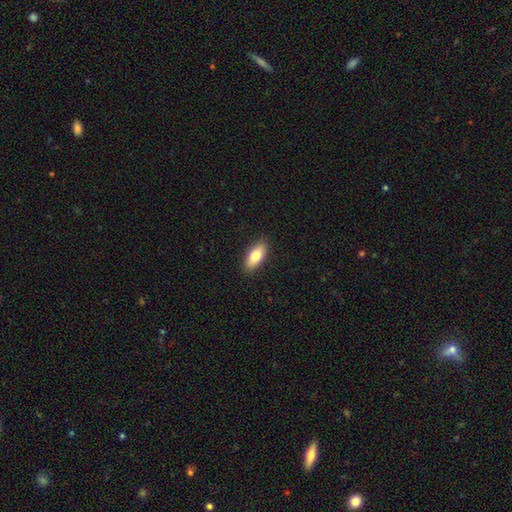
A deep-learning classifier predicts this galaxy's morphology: smooth_or_featured: smooth (p=0.79) [alt: featured or disk p=0.15]
how_rounded: in between (p=0.83) [alt: cigar-shaped p=0.14]
merging: none (p=0.89) [alt: minor disturbance p=0.08]